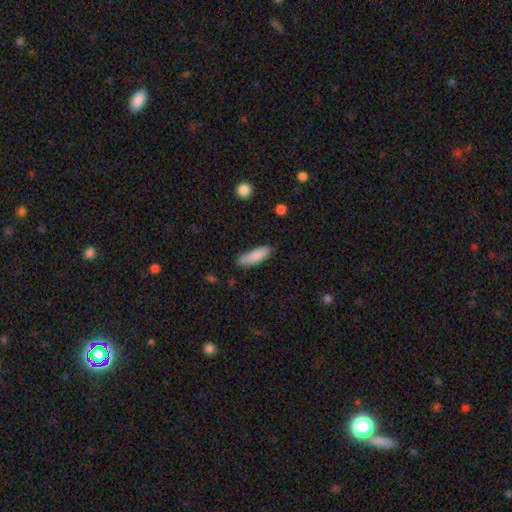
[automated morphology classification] type=smooth (86%); roundness=in between (58%); merging=none (75%).